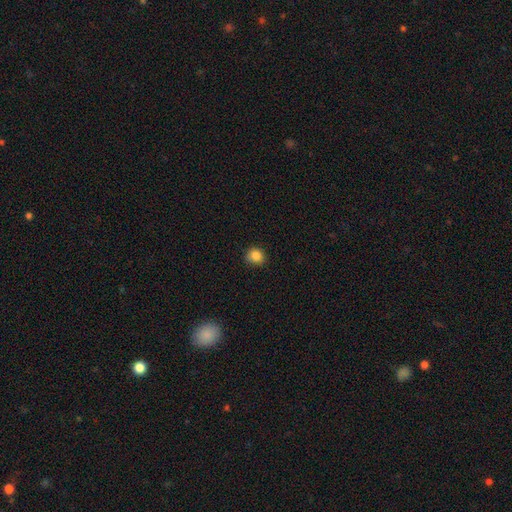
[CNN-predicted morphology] This appears to be a smooth galaxy with no disk features (86%) that is round (84%). Merging: none (84%).